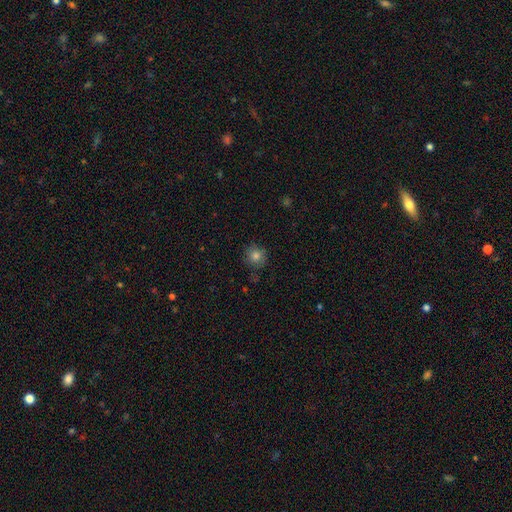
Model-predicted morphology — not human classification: smooth 81%, star or artifact 12%, featured or disk 7%. Down the decision tree: how rounded — round (90%); merging — none (83%).